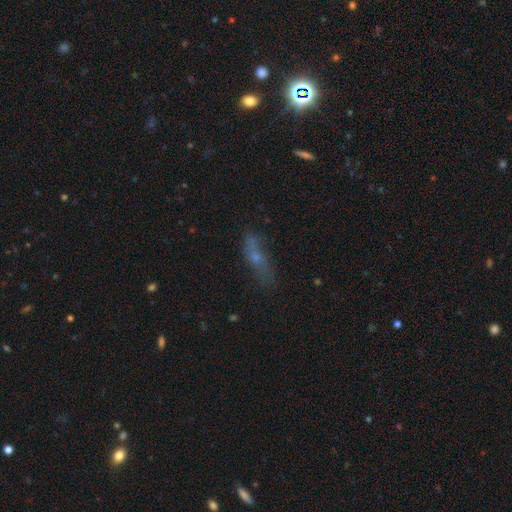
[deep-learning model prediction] A smooth galaxy with no disk features (47%).

Vote fractions:
- Smooth or featured? smooth: 47% / featured or disk: 38% / star or artifact: 15%
- Merging? none: 60% / minor disturbance: 24% / major disturbance: 12% / merger: 4%